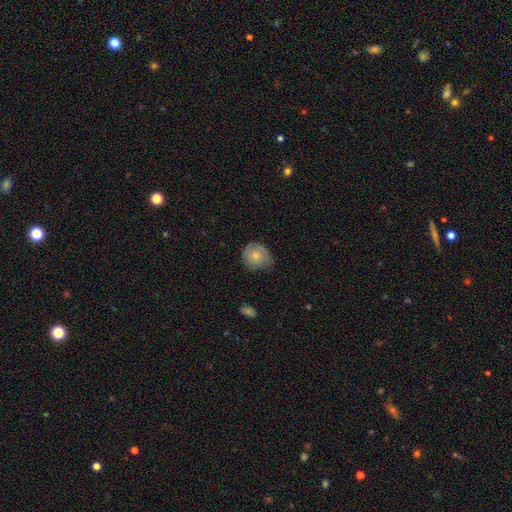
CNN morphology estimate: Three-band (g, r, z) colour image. It shows a smooth galaxy with no disk features (59%) that is round (79%). Merging: none (59%).